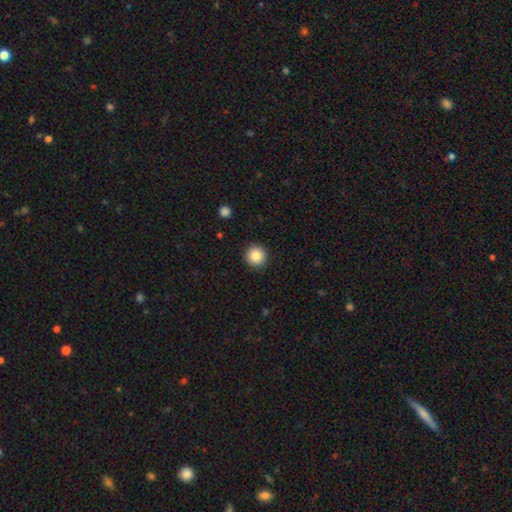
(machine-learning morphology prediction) type=smooth (84%); roundness=round (96%); merging=none (93%).